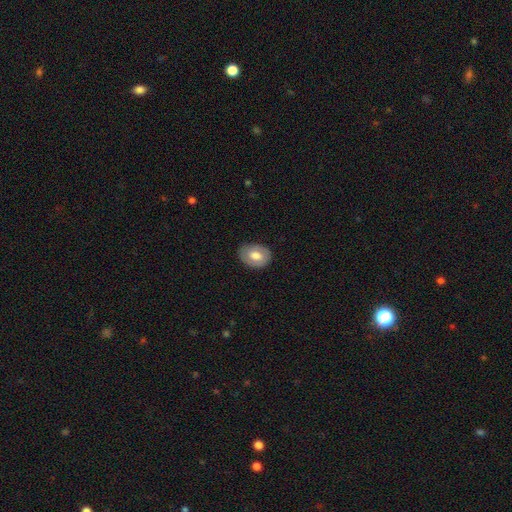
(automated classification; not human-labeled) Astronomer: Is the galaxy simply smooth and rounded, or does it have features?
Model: smooth — 66%.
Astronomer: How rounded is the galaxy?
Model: in between — 71%.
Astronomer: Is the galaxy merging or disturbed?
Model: none — 83%.